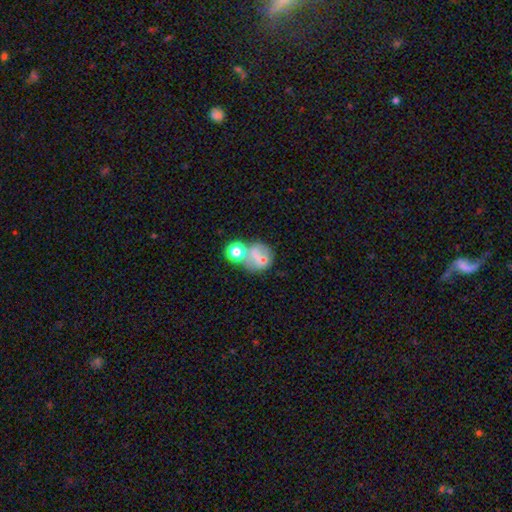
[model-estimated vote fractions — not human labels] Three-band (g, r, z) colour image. It shows a smooth galaxy with no disk features (56%) that is round (75%). Merging: merger (39%).